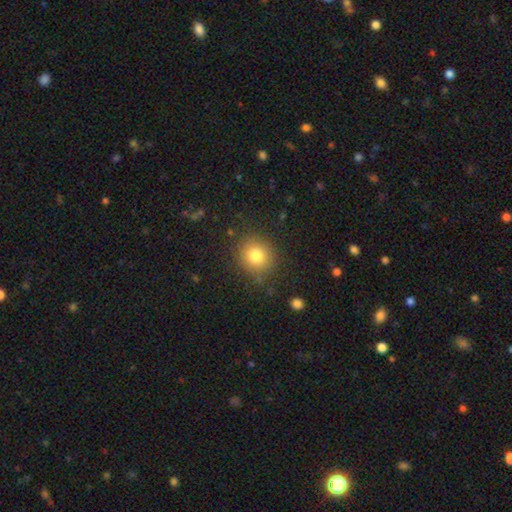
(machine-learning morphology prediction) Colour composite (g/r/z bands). It shows a smooth galaxy with no disk features (80%) that is round (83%). Merging: none (85%).